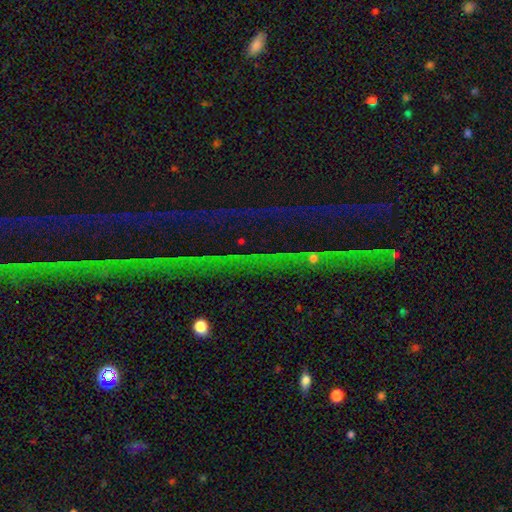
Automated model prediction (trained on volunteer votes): Overall: star or artifact (76%).